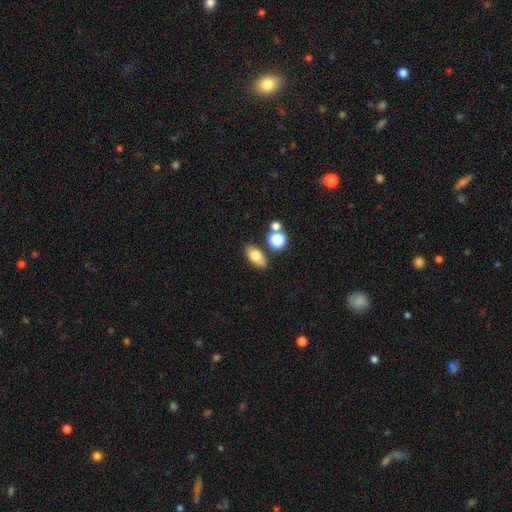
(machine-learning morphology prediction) smooth-or-featured: smooth: 74% | featured or disk: 16% | star or artifact: 10%
  how-rounded: in between: 83% | round: 10% | cigar-shaped: 6%
  merging: none: 75% | minor disturbance: 12% | merger: 9% | major disturbance: 3%